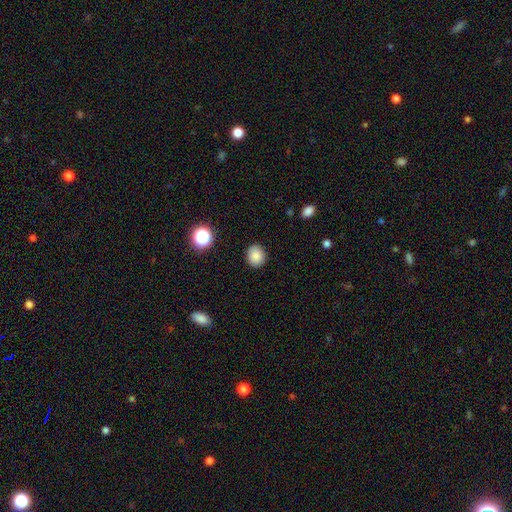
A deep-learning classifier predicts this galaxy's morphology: The model was most divided on "how rounded": round: 65%, in between: 34%, cigar-shaped: 1%. More confident: merging — none (89%); smooth or featured — smooth (85%).